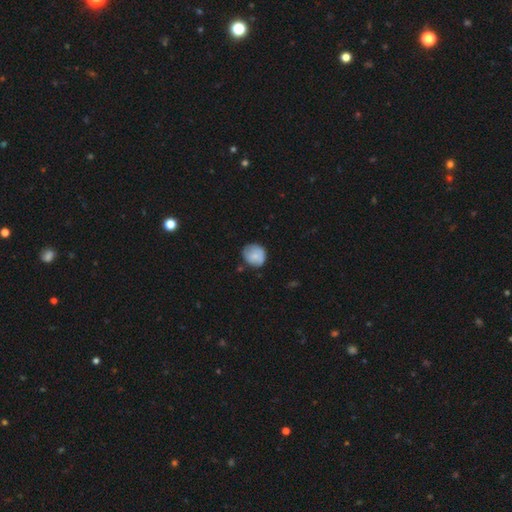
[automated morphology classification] Q: Smooth or featured?
A: smooth (75%); runner-up: featured or disk (18%)
Q: How rounded?
A: round (81%); runner-up: in between (18%)
Q: Merging?
A: none (68%); runner-up: minor disturbance (25%)